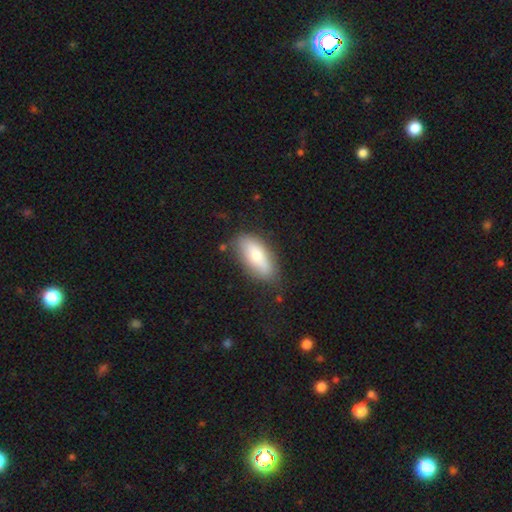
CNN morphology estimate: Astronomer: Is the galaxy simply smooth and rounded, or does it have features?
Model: smooth — 69%.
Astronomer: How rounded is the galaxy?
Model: in between — 81%.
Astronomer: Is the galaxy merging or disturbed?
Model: none — 76%.